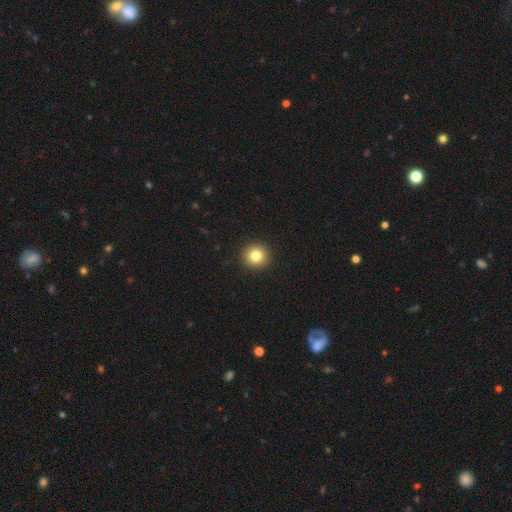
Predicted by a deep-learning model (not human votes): This appears to be a smooth galaxy with no disk features (82%) that is round (94%). Merging: none (93%).